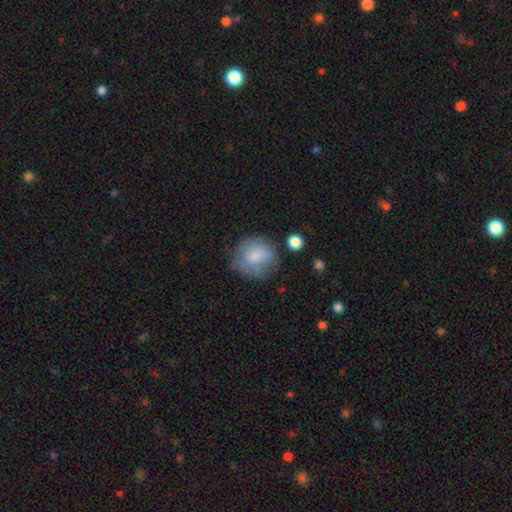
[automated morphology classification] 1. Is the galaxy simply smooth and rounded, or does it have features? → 74% smooth, 17% featured or disk, 8% star or artifact.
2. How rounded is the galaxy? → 73% round, 26% in between, 1% cigar-shaped.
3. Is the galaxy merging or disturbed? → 53% none, 28% minor disturbance, 15% major disturbance, 5% merger.